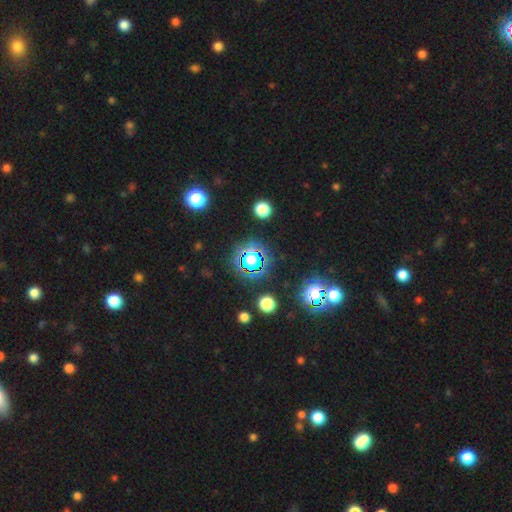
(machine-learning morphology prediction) This is likely a star or artifact rather than a galaxy (60%).